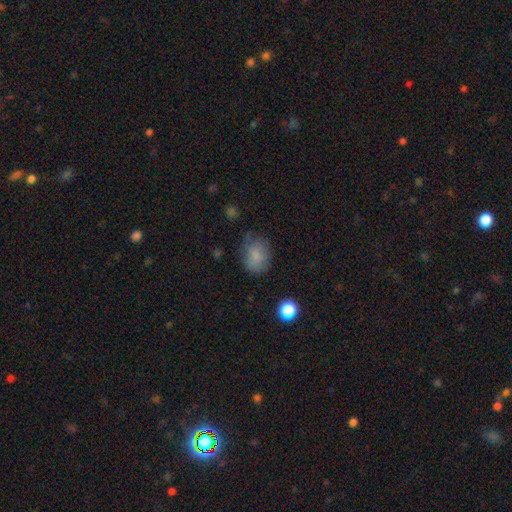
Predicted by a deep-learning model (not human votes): This is clearly a smooth galaxy (81%). How rounded: likely in between (62%). Merging: likely none (65%).